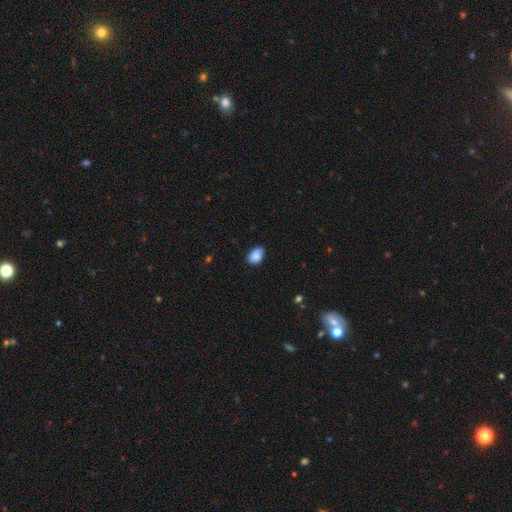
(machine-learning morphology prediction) smooth-or-featured: smooth: 87% | star or artifact: 7% | featured or disk: 5%
  how-rounded: in between: 86% | round: 13% | cigar-shaped: 1%
  merging: none: 77% | minor disturbance: 19% | major disturbance: 3% | merger: 1%